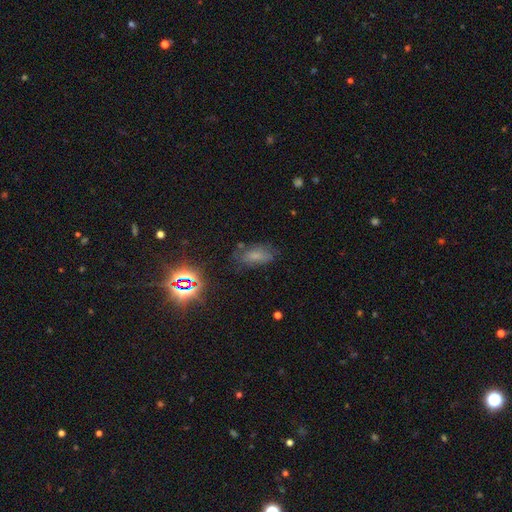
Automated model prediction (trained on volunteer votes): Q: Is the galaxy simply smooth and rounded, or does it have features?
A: smooth — 58%.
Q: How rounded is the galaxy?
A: in between — 86%.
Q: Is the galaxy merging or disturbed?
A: none — 64%.